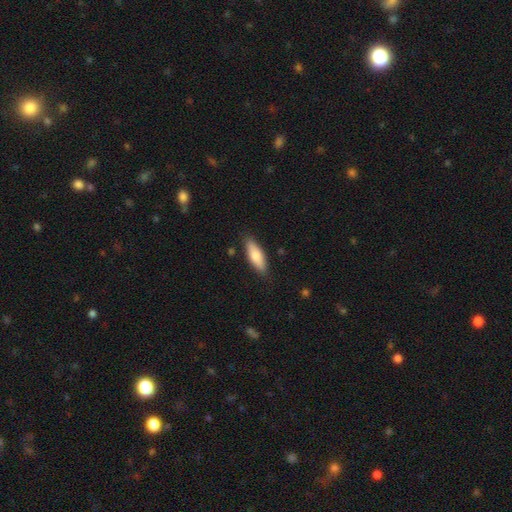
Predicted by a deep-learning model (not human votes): The model was most divided on "how rounded": in between: 55%, cigar-shaped: 43%, round: 2%. More confident: merging — none (85%); smooth or featured — smooth (75%).